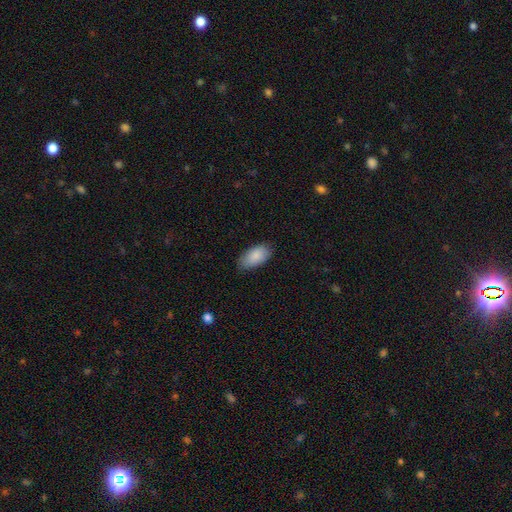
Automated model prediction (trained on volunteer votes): Smooth or featured? smooth (88%)
How rounded? in between (94%)
Merging? none (81%)